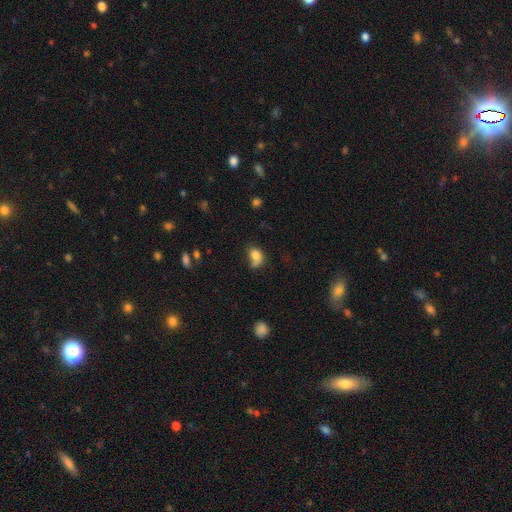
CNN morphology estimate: This appears to be a smooth galaxy with no disk features (76%) that is in between round and cigar-shaped (62%). Merging: none (40%).